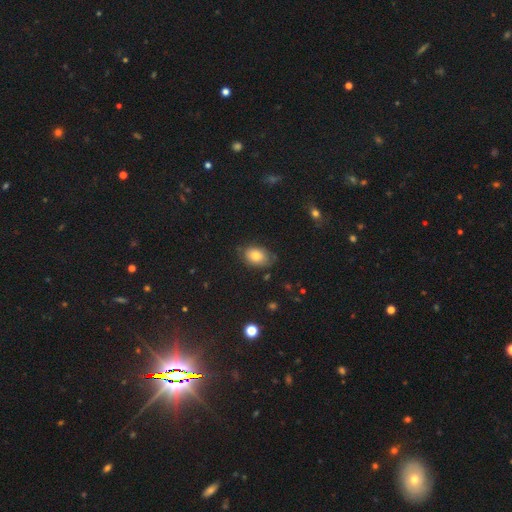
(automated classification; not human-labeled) smooth_or_featured: smooth (p=0.74) [alt: featured or disk p=0.16]
how_rounded: in between (p=0.83) [alt: round p=0.15]
merging: none (p=0.66) [alt: minor disturbance p=0.26]